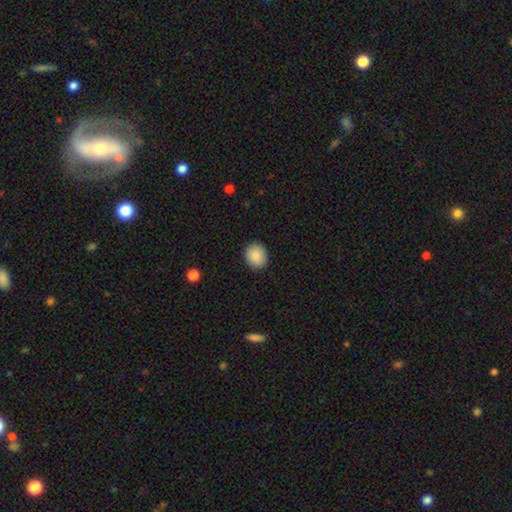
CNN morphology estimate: A smooth galaxy with no disk features (89%) that is round (79%).

Vote fractions:
- Smooth or featured? smooth: 89% / star or artifact: 8% / featured or disk: 3%
- How rounded? round: 79% / in between: 20% / cigar-shaped: 1%
- Merging? none: 90% / minor disturbance: 7% / major disturbance: 2% / merger: 1%